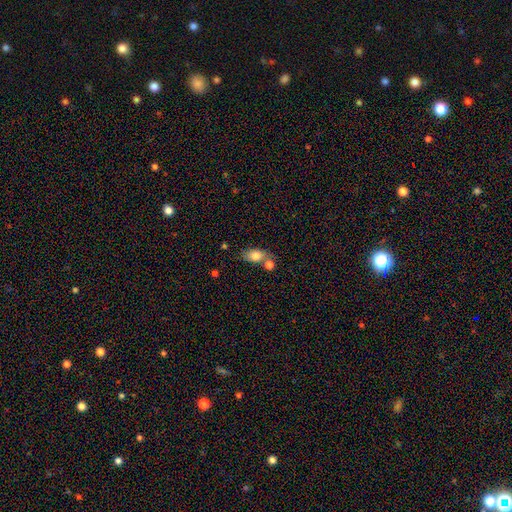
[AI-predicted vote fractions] Smooth or featured? smooth (81%)
How rounded? in between (84%)
Merging? none (56%)